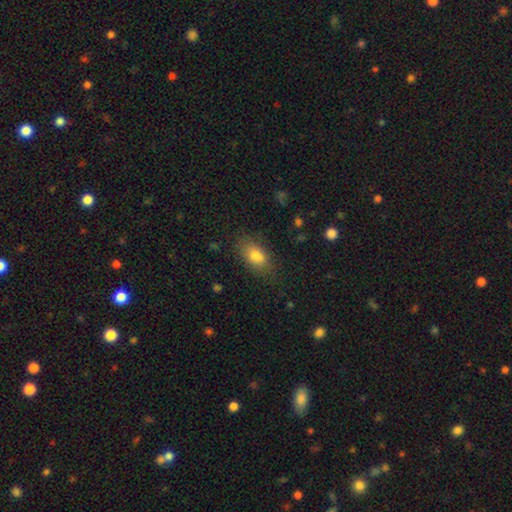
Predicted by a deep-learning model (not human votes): Smooth or featured? smooth (80%)
How rounded? in between (87%)
Merging? none (74%)